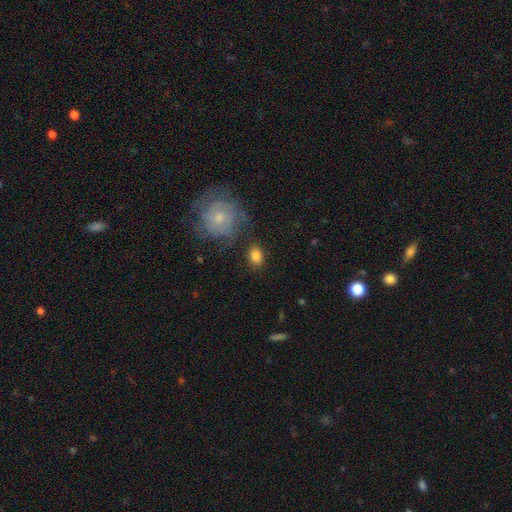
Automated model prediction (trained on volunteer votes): Smooth or featured? smooth (83%)
How rounded? in between (64%)
Merging? none (79%)